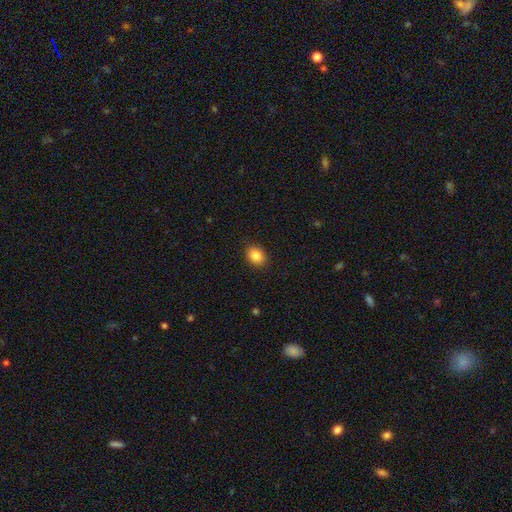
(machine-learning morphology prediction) Smooth or featured? Predicted: smooth (p=0.86). How rounded? Predicted: in between (p=0.60). Merging? Predicted: none (p=0.90).